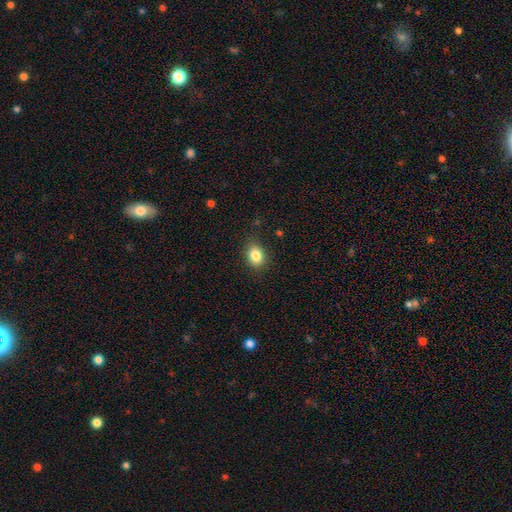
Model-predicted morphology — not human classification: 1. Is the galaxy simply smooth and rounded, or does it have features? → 84% smooth, 10% star or artifact, 7% featured or disk.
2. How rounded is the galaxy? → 60% in between, 39% round, 1% cigar-shaped.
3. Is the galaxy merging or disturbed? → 85% none, 11% minor disturbance, 3% major disturbance, 1% merger.